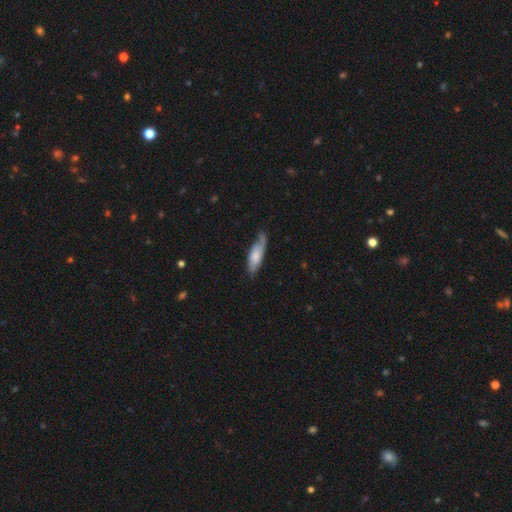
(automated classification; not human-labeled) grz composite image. It shows a smooth galaxy with no disk features (61%) that is in between round and cigar-shaped (56%). Merging: none (52%).